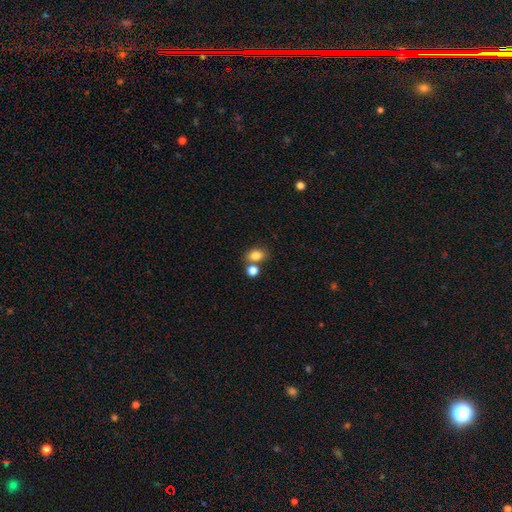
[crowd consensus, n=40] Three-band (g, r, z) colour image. It shows a smooth galaxy with no disk features (90%) that is in between round and cigar-shaped (67%). Merging: none (73%).